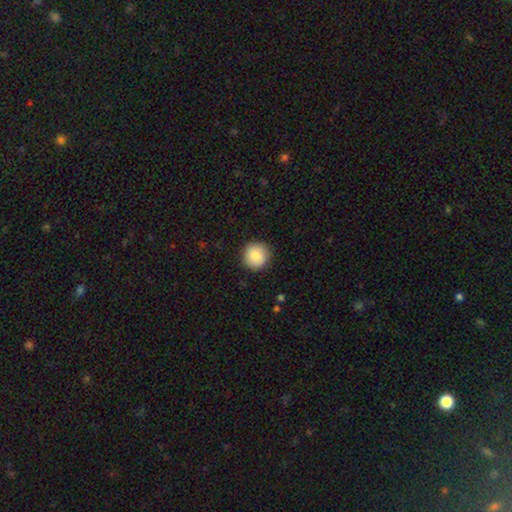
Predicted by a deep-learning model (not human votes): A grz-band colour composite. It shows a smooth galaxy with no disk features (88%) that is round (94%). Merging: none (89%).